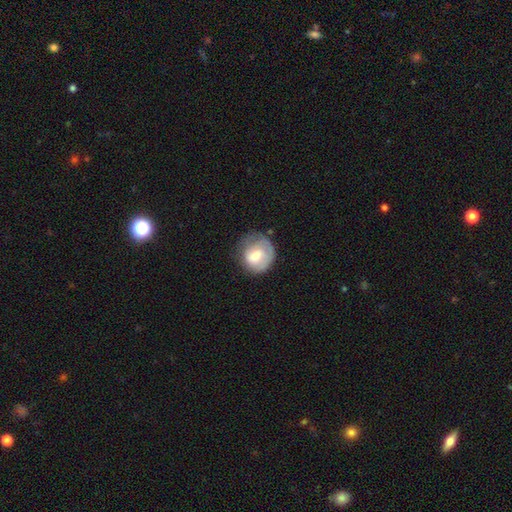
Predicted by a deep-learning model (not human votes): smooth-or-featured: smooth: 55% | featured or disk: 38% | star or artifact: 7%
  how-rounded: round: 82% | in between: 17% | cigar-shaped: 1%
  merging: none: 55% | minor disturbance: 28% | major disturbance: 15% | merger: 2%